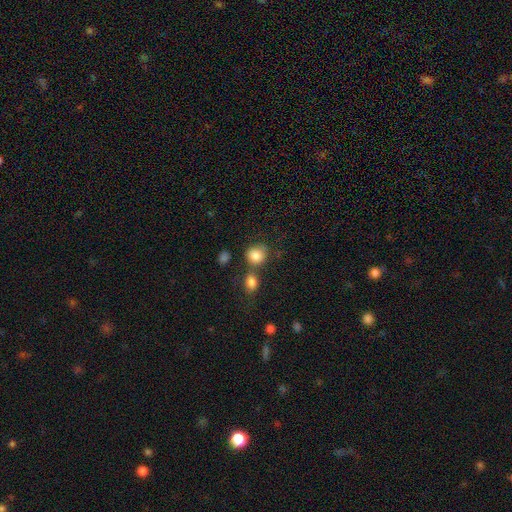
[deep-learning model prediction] Smooth or featured: smooth — 84% (star or artifact — 9%)
How rounded: round — 71% (in between — 28%)
Merging: none — 50% (merger — 29%)